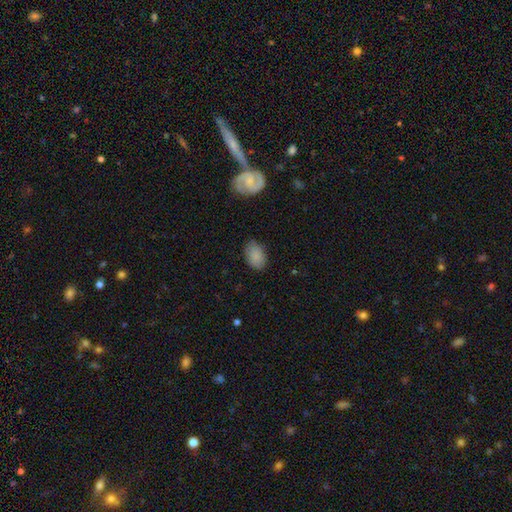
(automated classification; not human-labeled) smooth 85%, star or artifact 8%, featured or disk 7%. Down the decision tree: how rounded — in between (87%); merging — none (79%).